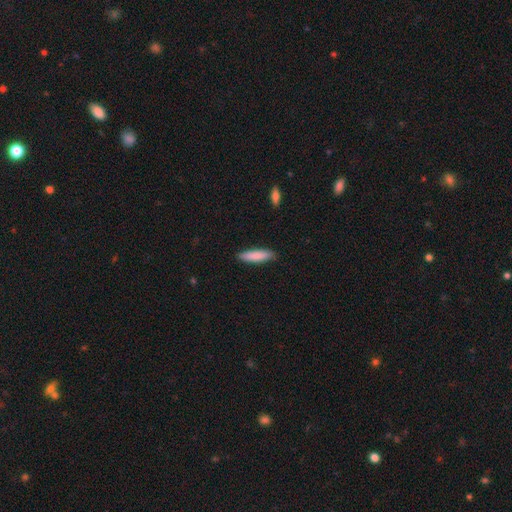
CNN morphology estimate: Overall: smooth (85%). How rounded: cigar-shaped (73%). Merging: none (88%).